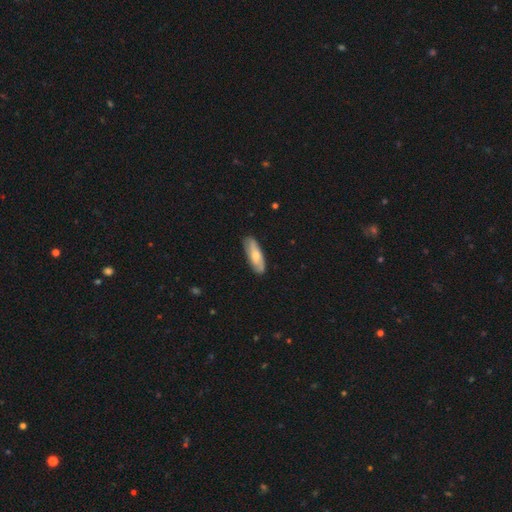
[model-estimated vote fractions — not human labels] Morphology: type=smooth (57%); roundness=in between (61%); merging=none (83%).